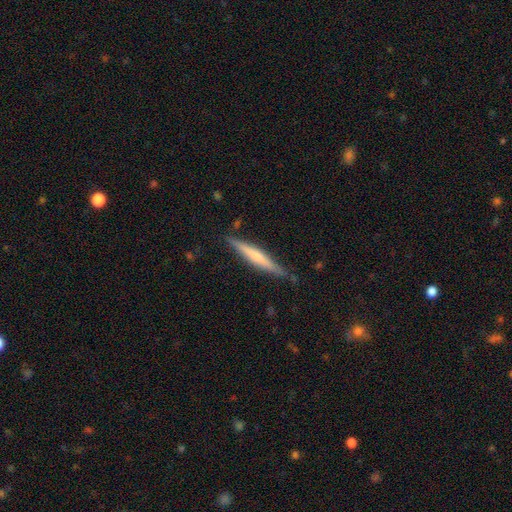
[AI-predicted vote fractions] A featured or disk galaxy (51%) viewed edge-on (97%). Merging: none (85%).